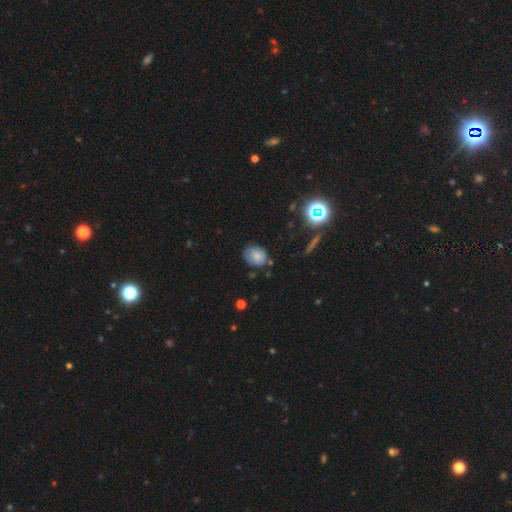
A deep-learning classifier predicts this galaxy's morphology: type=smooth (74%); roundness=round (55%); merging=none (70%).